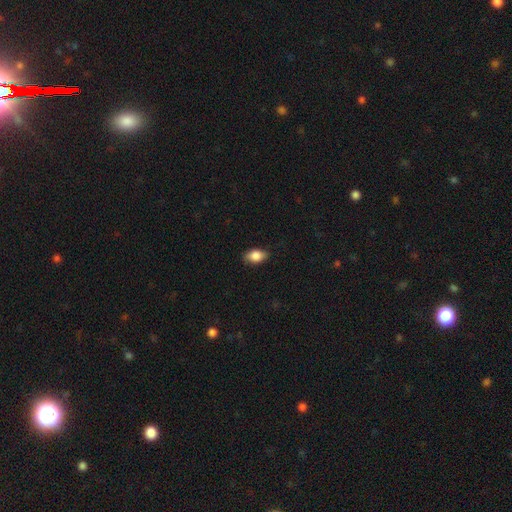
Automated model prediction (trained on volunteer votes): Morphology: type=smooth (84%); roundness=in between (87%); merging=none (81%).